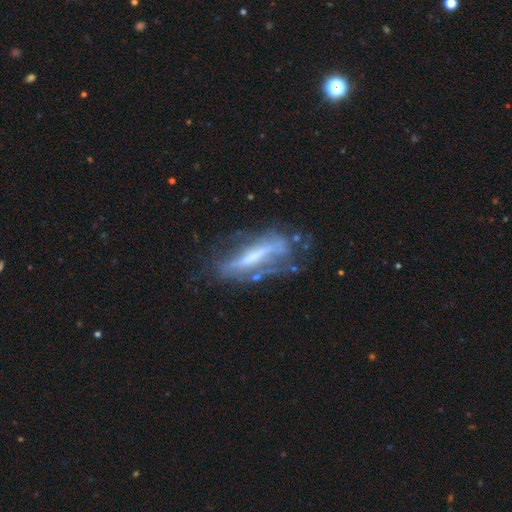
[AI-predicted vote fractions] A featured or disk galaxy (69%). Merging: none (49%).